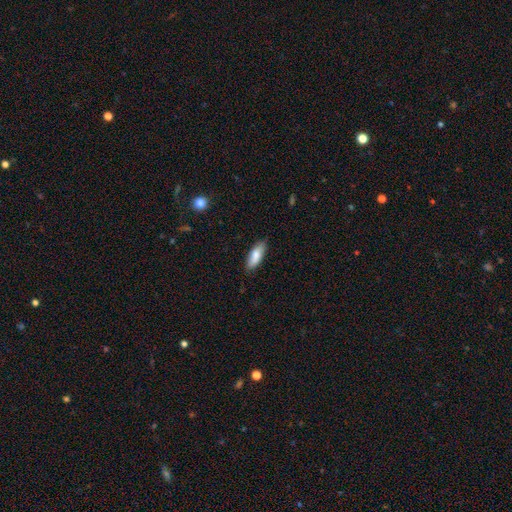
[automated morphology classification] The model was most divided on "how rounded": in between: 68%, cigar-shaped: 30%, round: 2%. More confident: merging — none (85%); smooth or featured — smooth (82%).